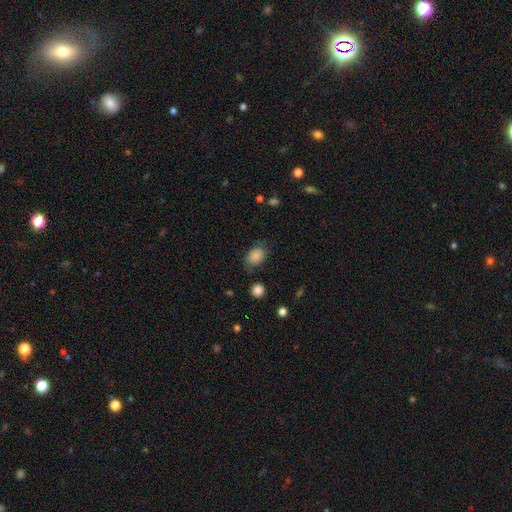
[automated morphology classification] Smooth or featured: smooth — 81% (featured or disk — 10%)
How rounded: in between — 72% (round — 27%)
Merging: none — 61% (minor disturbance — 26%)